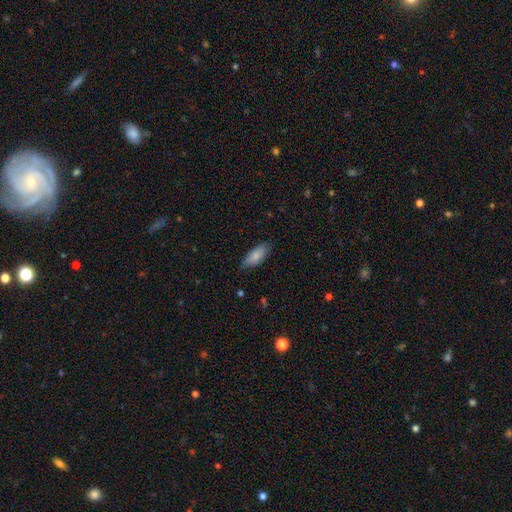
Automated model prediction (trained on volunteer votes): The model was most divided on "merging": none: 80%, minor disturbance: 16%, major disturbance: 3%, merger: 1%. More confident: smooth or featured — smooth (84%); how rounded — in between (83%).